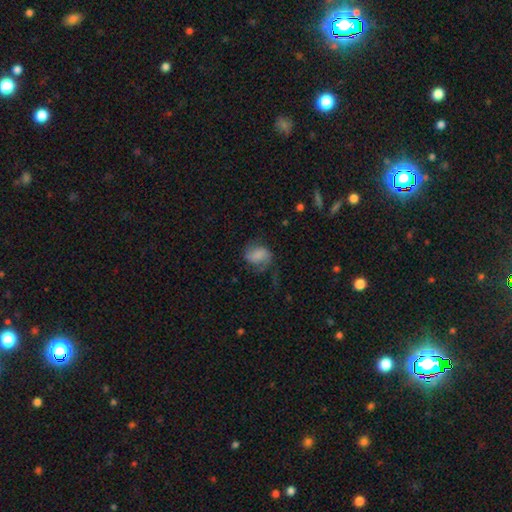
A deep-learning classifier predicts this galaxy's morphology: A featured or disk galaxy (44%, tied with smooth). Merging: none (58%).